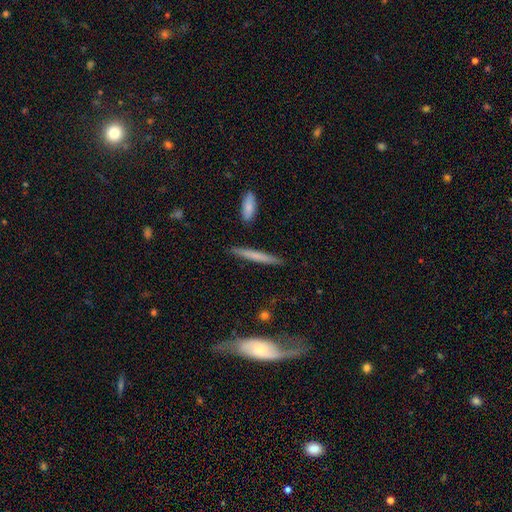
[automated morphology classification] The model was most divided on "smooth or featured": smooth: 61%, featured or disk: 33%, star or artifact: 6%. More confident: how rounded — cigar-shaped (94%); merging — none (86%).